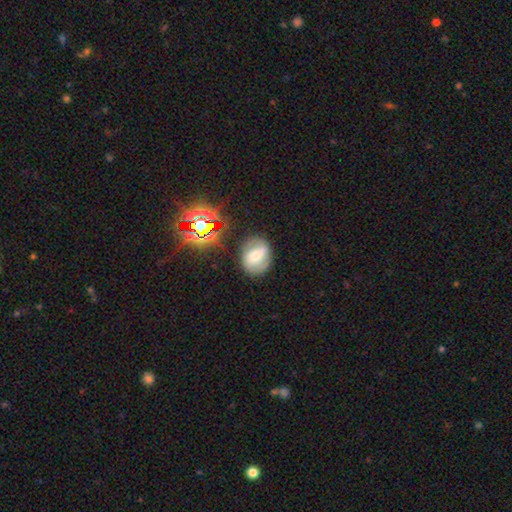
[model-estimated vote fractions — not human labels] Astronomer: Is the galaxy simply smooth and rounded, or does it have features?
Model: featured or disk — 51% (runner-up: smooth, 36%).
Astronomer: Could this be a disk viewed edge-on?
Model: no — 95%.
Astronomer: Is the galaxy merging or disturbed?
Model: none — 79%.